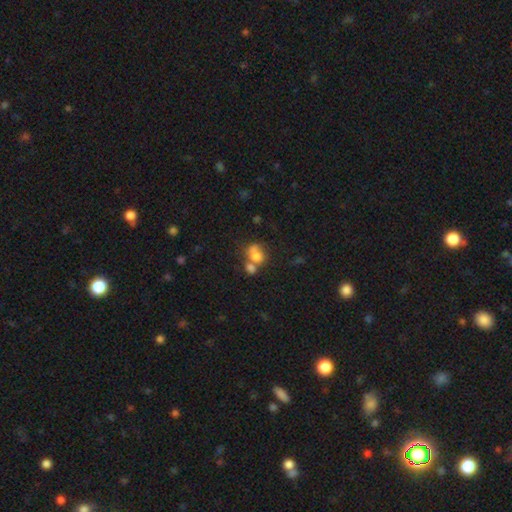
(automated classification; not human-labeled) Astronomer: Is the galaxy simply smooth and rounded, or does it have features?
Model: smooth — 67%.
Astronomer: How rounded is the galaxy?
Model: round — 55% (runner-up: in between, 44%).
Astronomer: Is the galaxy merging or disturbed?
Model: merger — 57%.